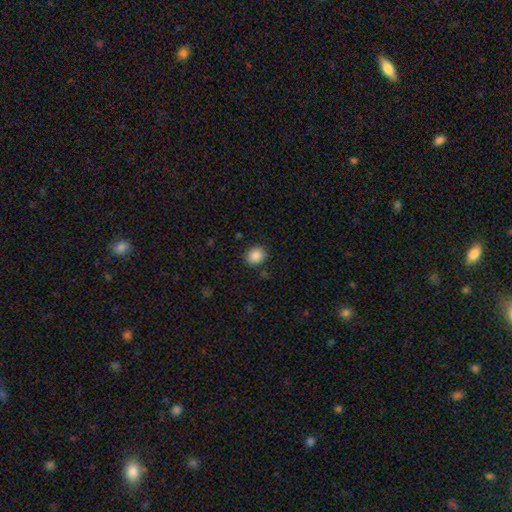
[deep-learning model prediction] This appears to be a smooth galaxy with no disk features (88%) that is round (74%). Merging: none (87%).